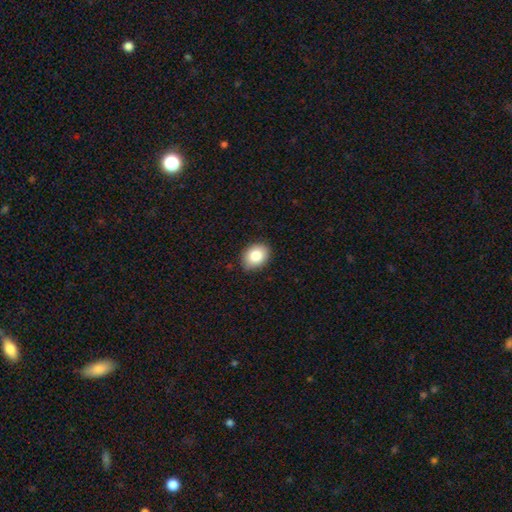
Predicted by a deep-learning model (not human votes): Morphology: type=smooth (84%); roundness=in between (72%); merging=none (86%).